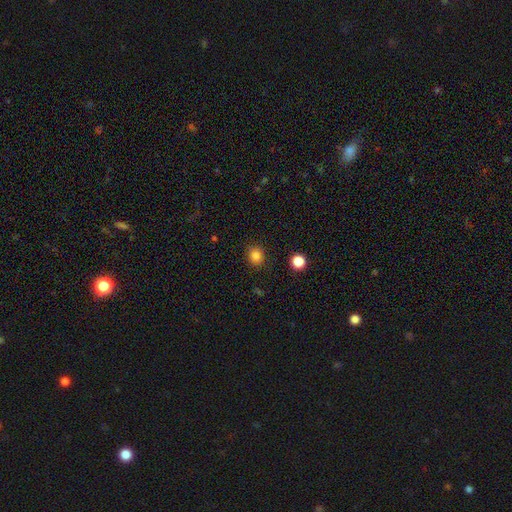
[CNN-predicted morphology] type=smooth (82%); roundness=round (75%); merging=none (89%).